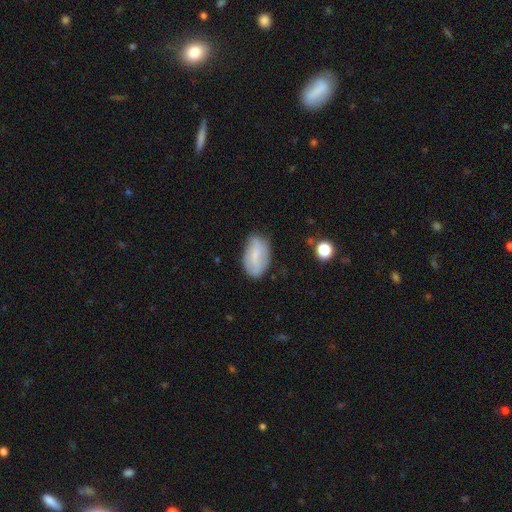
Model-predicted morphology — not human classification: smooth 60%, featured or disk 32%, star or artifact 8%. Down the decision tree: how rounded — in between (92%); merging — none (69%).